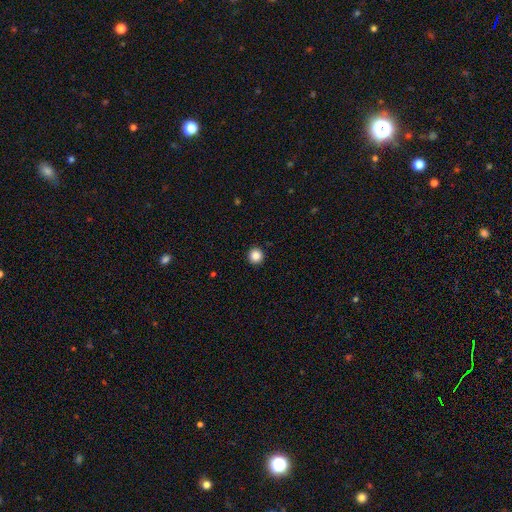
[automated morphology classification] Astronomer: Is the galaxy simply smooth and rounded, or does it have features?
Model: smooth — 87%.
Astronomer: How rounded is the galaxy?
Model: round — 96%.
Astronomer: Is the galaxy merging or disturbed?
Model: none — 94%.